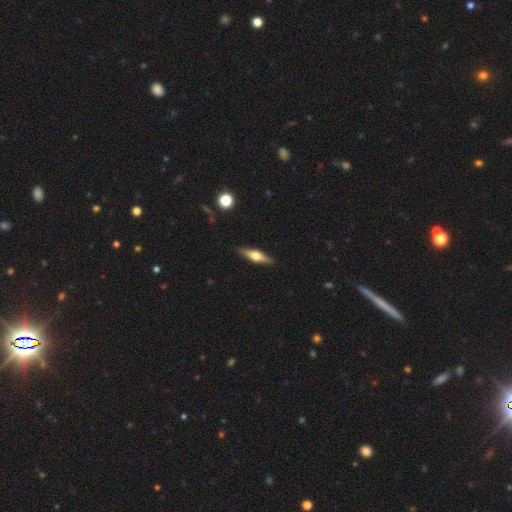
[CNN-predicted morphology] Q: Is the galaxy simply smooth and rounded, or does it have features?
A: featured or disk — 53%.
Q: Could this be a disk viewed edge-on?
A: yes — 92%.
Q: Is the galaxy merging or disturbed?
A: none — 88%.